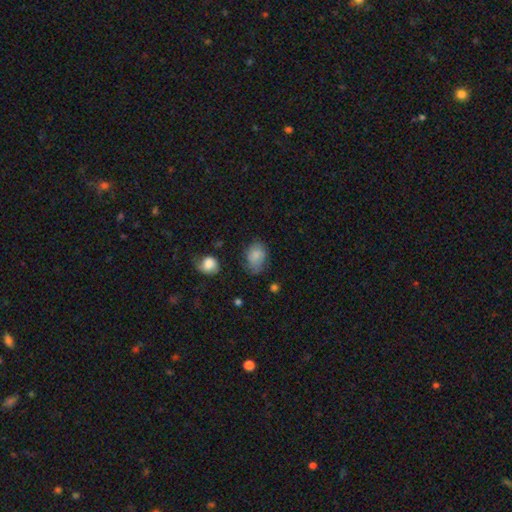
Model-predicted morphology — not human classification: smooth 81%, featured or disk 11%, star or artifact 8%. Down the decision tree: how rounded — in between (75%); merging — none (56%).